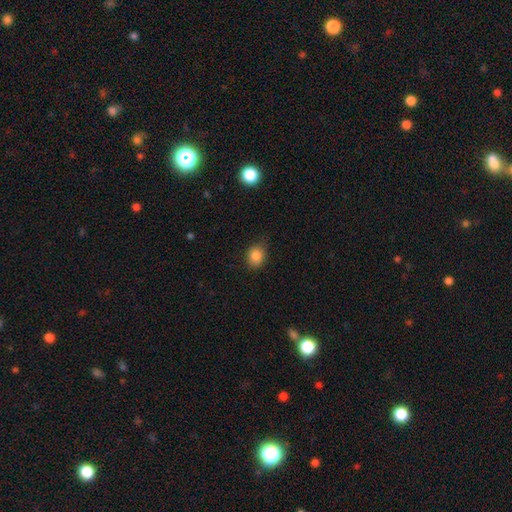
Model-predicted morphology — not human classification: A smooth galaxy with no disk features (85%) that is round (52%).

Vote fractions:
- Smooth or featured? smooth: 85% / star or artifact: 10% / featured or disk: 5%
- How rounded? round: 52% / in between: 47% / cigar-shaped: 1%
- Merging? none: 78% / minor disturbance: 17% / major disturbance: 3% / merger: 1%